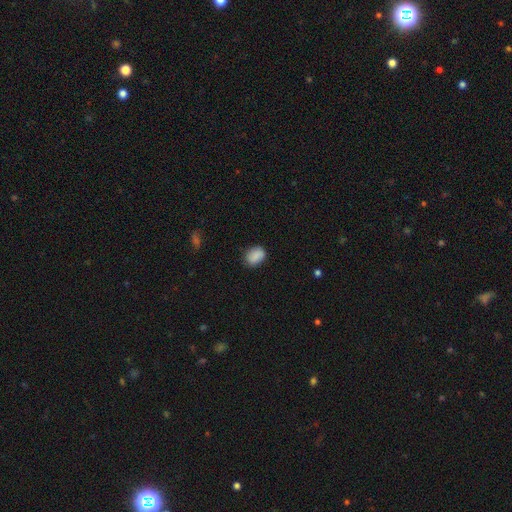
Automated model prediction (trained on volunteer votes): Smooth or featured? smooth (87%)
How rounded? in between (67%)
Merging? none (82%)